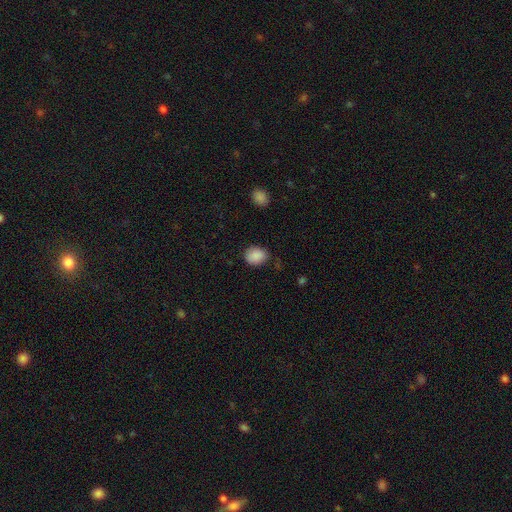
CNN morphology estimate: Overall: smooth (88%). How rounded: in between (51%; round 48%). Merging: none (76%).